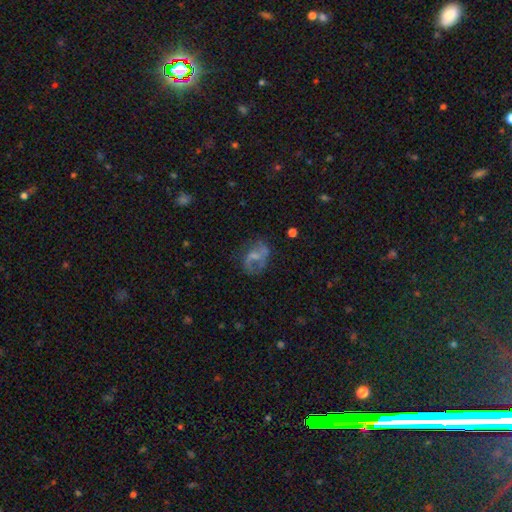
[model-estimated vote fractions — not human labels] Smooth or featured? Predicted: featured or disk (p=0.60). Edge-on disk? Predicted: no (p=0.97). Bar? Predicted: no (p=0.49). Spiral arms? Predicted: yes (p=0.67). Bulge size? Predicted: small (p=0.40). Merging? Predicted: none (p=0.48).